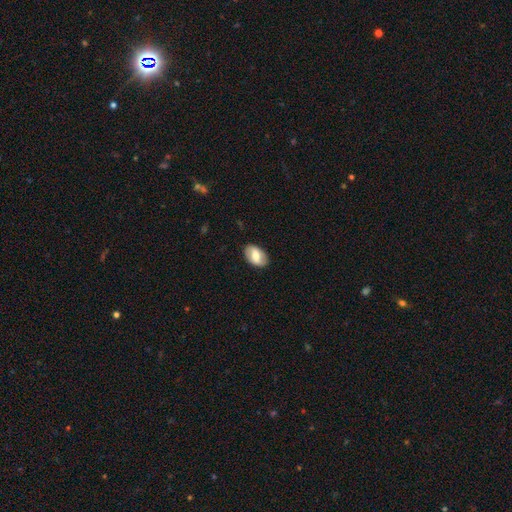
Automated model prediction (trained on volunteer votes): Smooth or featured: smooth — 54% (featured or disk — 39%)
How rounded: in between — 90% (round — 8%)
Merging: none — 85% (minor disturbance — 11%)